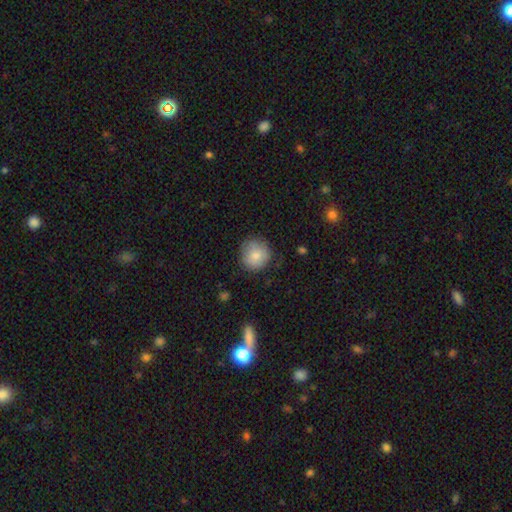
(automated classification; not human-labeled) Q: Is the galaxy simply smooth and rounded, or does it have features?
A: smooth — 81%.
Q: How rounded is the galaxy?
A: round — 91%.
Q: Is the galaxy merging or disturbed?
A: none — 76%.